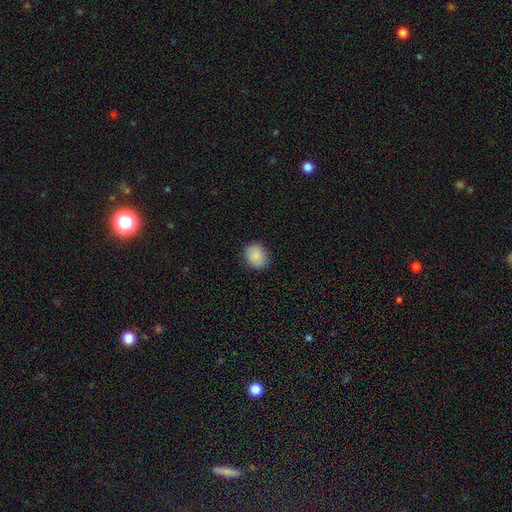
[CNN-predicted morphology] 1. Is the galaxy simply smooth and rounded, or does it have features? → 88% smooth, 8% star or artifact, 4% featured or disk.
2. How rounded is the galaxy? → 67% round, 32% in between, 1% cigar-shaped.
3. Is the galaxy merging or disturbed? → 88% none, 9% minor disturbance, 2% major disturbance, 1% merger.